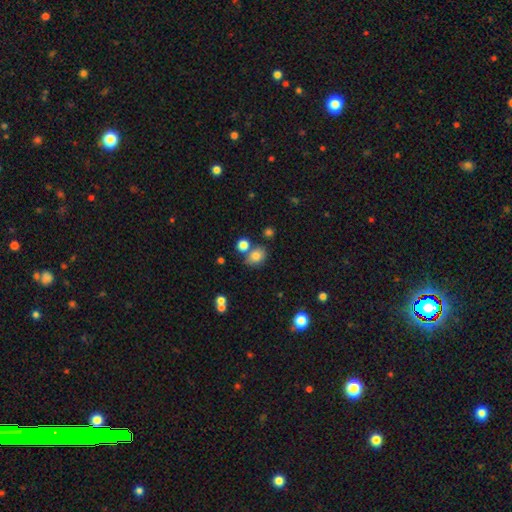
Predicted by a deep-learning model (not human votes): Smooth or featured? smooth (78%)
How rounded? round (58%)
Merging? none (64%)